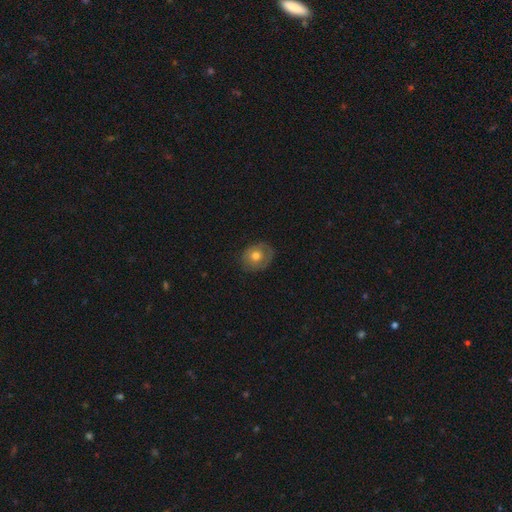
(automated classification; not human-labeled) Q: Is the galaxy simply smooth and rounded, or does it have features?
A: smooth — 57%.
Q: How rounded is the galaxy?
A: round — 64%.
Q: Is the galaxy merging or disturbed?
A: none — 74%.